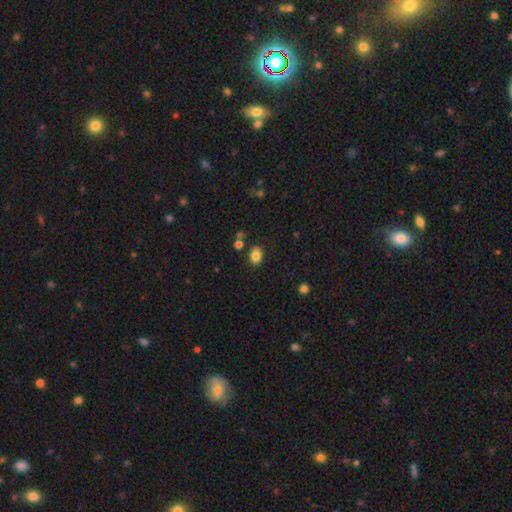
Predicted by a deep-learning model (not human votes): Smooth or featured: smooth — 84% (star or artifact — 10%)
How rounded: in between — 73% (round — 26%)
Merging: none — 81% (minor disturbance — 11%)